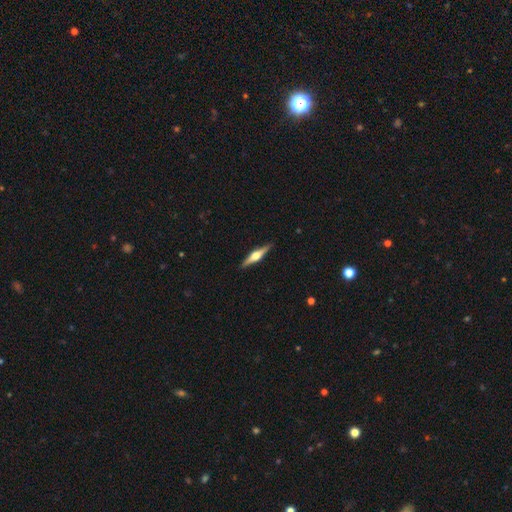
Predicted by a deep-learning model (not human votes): Smooth or featured? Predicted: featured or disk (p=0.73). Edge-on disk? Predicted: yes (p=0.98). Edge-on bulge? Predicted: rounded (p=0.93). Merging? Predicted: none (p=0.91).